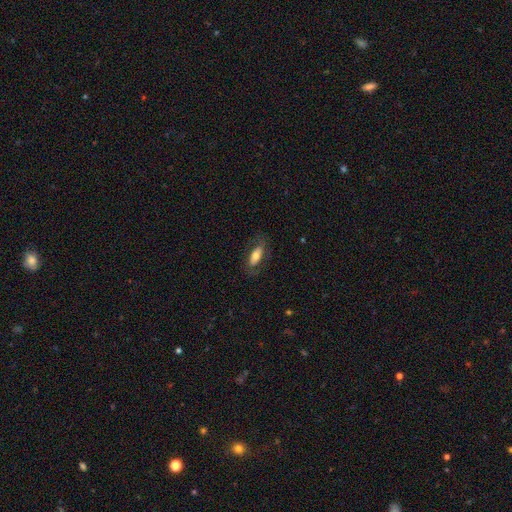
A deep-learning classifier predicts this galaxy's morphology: Smooth or featured: smooth — 62% (featured or disk — 31%)
How rounded: in between — 80% (cigar-shaped — 16%)
Merging: none — 73% (minor disturbance — 17%)